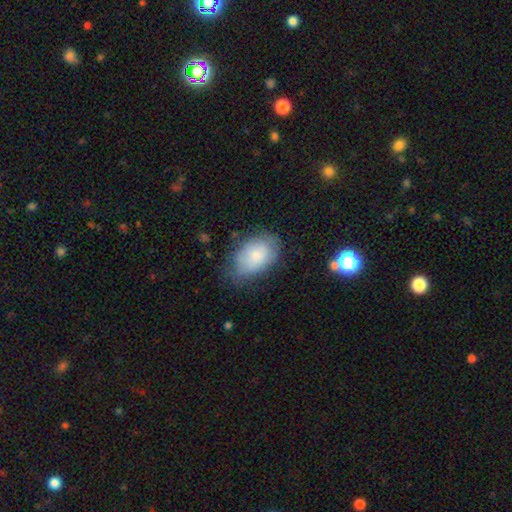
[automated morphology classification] smooth 75%, featured or disk 17%, star or artifact 8%. Down the decision tree: how rounded — in between (85%); merging — none (62%).